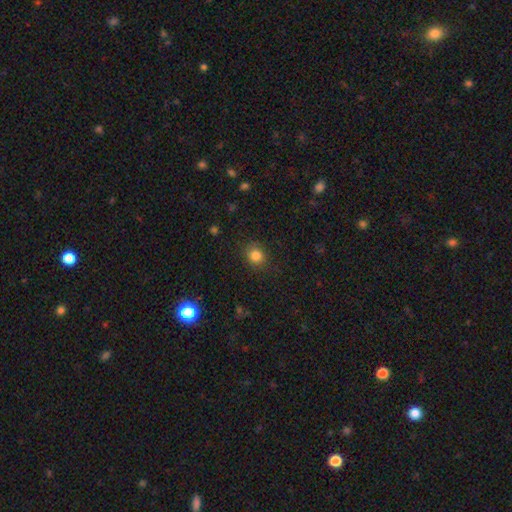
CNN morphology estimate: Smooth or featured? Predicted: smooth (p=0.83). How rounded? Predicted: round (p=0.73). Merging? Predicted: none (p=0.84).